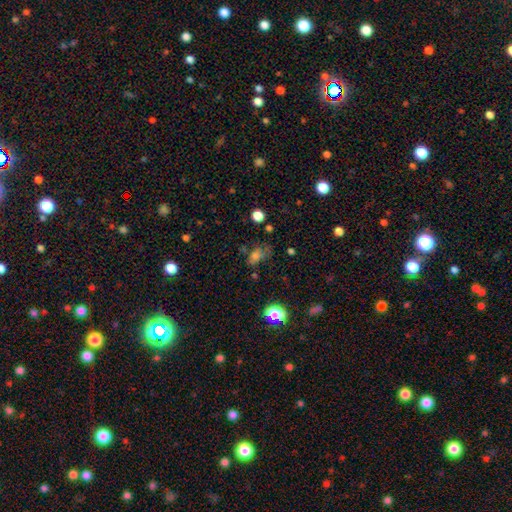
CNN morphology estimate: The model was most divided on "merging": none: 51%, minor disturbance: 27%, major disturbance: 16%, merger: 6%. More confident: how rounded — in between (74%); smooth or featured — smooth (66%).